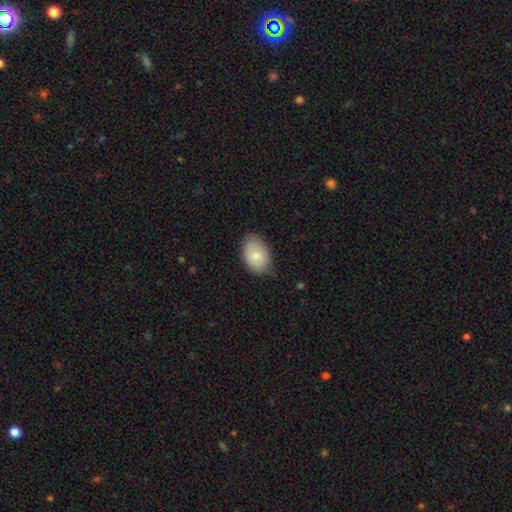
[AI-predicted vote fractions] This is clearly a smooth galaxy (81%). How rounded: clearly in between (88%). Merging: likely none (77%).